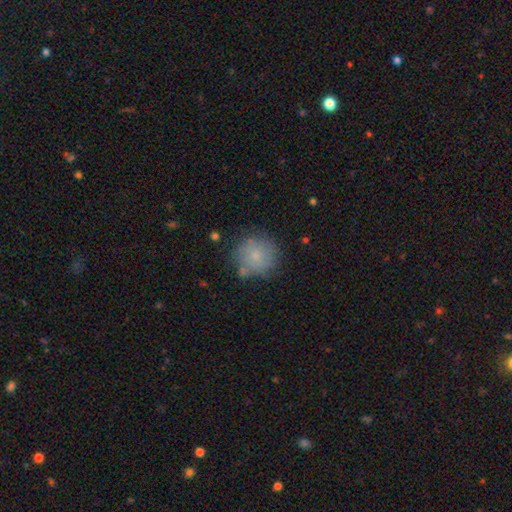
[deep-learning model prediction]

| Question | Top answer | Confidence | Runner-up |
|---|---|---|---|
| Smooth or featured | smooth | 75% | featured or disk (16%) |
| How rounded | round | 93% | in between (6%) |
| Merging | none | 71% | minor disturbance (17%) |